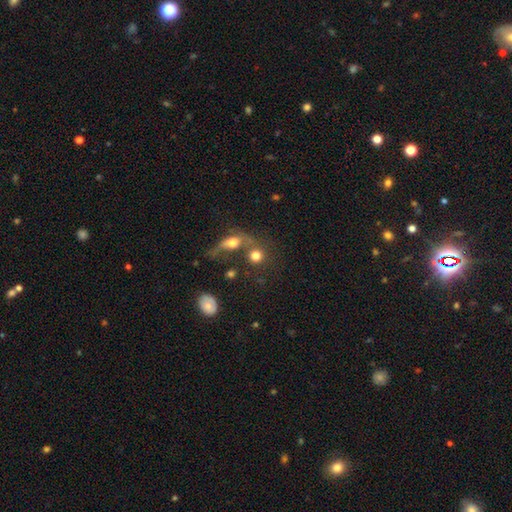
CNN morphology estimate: The model was most divided on "merging": none: 43%, merger: 37%, minor disturbance: 10%, major disturbance: 10%. More confident: how rounded — round (84%); smooth or featured — smooth (76%).